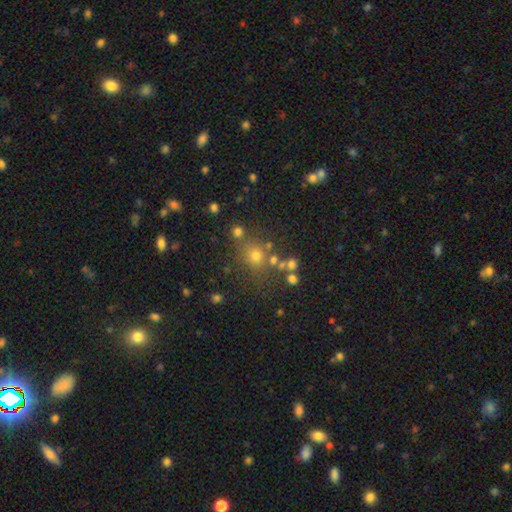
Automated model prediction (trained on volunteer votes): This is likely a smooth galaxy (61%). How rounded: clearly round (81%). Merging: likely none (72%).